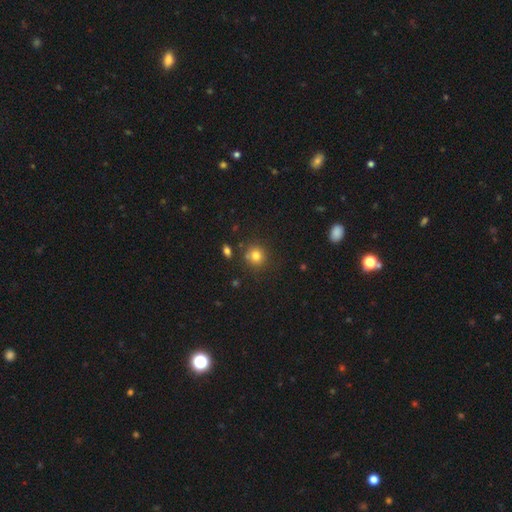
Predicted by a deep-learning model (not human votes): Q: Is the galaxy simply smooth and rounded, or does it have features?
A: smooth — 79%.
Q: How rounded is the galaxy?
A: round — 86%.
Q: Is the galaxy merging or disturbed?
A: none — 79%.